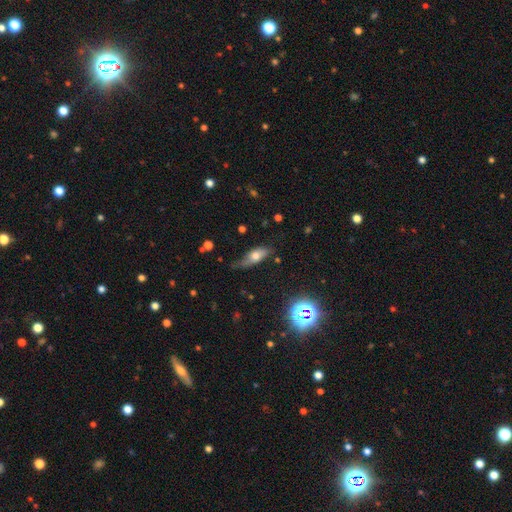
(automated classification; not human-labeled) A smooth galaxy with no disk features (58%) that is in between round and cigar-shaped (71%).

Vote fractions:
- Smooth or featured? smooth: 58% / featured or disk: 30% / star or artifact: 11%
- How rounded? in between: 71% / cigar-shaped: 23% / round: 5%
- Merging? none: 45% / minor disturbance: 36% / major disturbance: 15% / merger: 3%